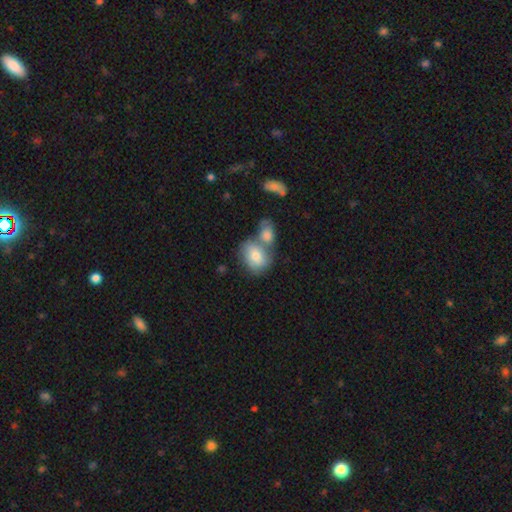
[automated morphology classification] smooth 74%, featured or disk 19%, star or artifact 8%. Down the decision tree: how rounded — in between (56%); merging — merger (50%).